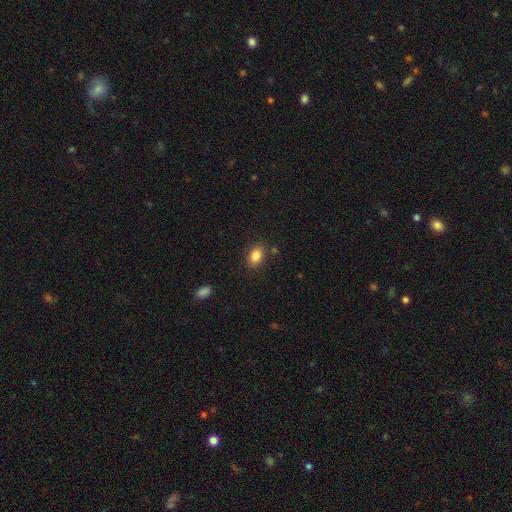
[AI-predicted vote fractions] Q: Smooth or featured?
A: smooth (86%); runner-up: star or artifact (9%)
Q: How rounded?
A: in between (83%); runner-up: round (15%)
Q: Merging?
A: none (82%); runner-up: minor disturbance (11%)